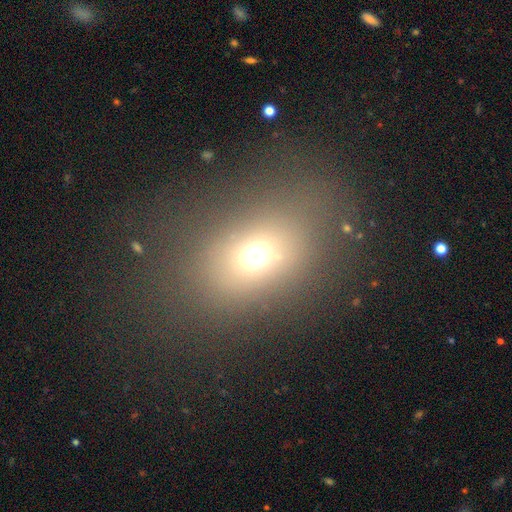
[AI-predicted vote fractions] smooth 65%, star or artifact 21%, featured or disk 14%. Down the decision tree: how rounded — in between (61%); merging — none (73%).